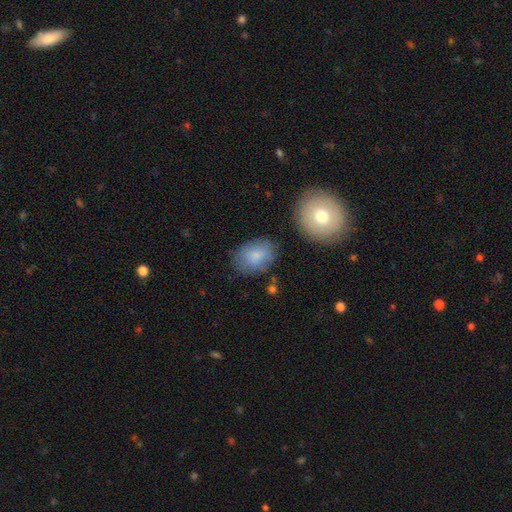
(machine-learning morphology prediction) A smooth galaxy with no disk features (83%) that is in between round and cigar-shaped (79%). Merging: none (74%).